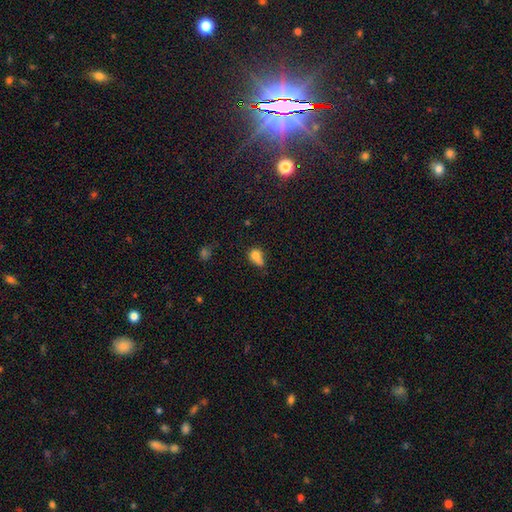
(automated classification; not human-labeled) smooth 76%, star or artifact 12%, featured or disk 12%. Down the decision tree: how rounded — in between (61%); merging — minor disturbance (32%).